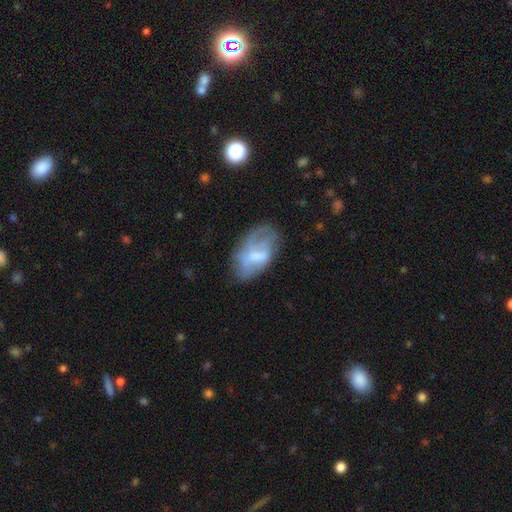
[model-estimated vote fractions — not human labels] A featured or disk galaxy (49%).

Vote fractions:
- Smooth or featured? featured or disk: 49% / smooth: 44% / star or artifact: 8%
- Merging? none: 45% / minor disturbance: 29% / major disturbance: 23% / merger: 3%